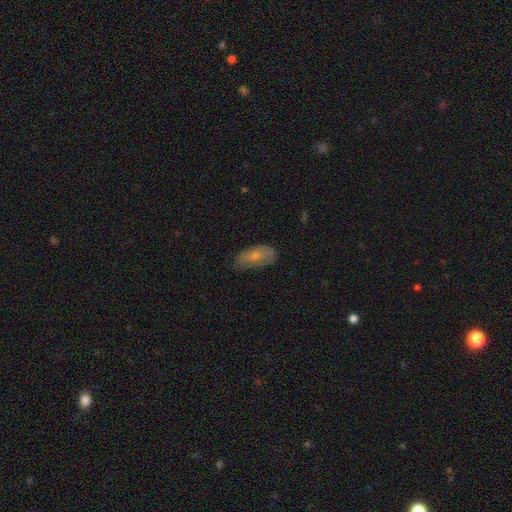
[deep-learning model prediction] A smooth galaxy with no disk features (68%) that is in between round and cigar-shaped (90%). Merging: none (60%).